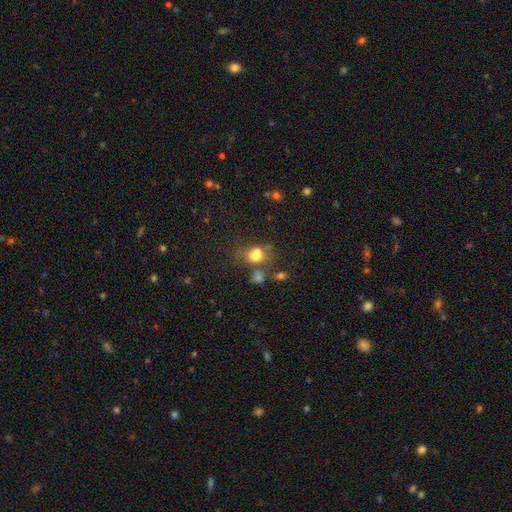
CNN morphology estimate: A smooth galaxy with no disk features (72%) that is round (56%).

Vote fractions:
- Smooth or featured? smooth: 72% / star or artifact: 15% / featured or disk: 13%
- How rounded? round: 56% / in between: 43% / cigar-shaped: 1%
- Merging? none: 47% / merger: 23% / minor disturbance: 18% / major disturbance: 12%